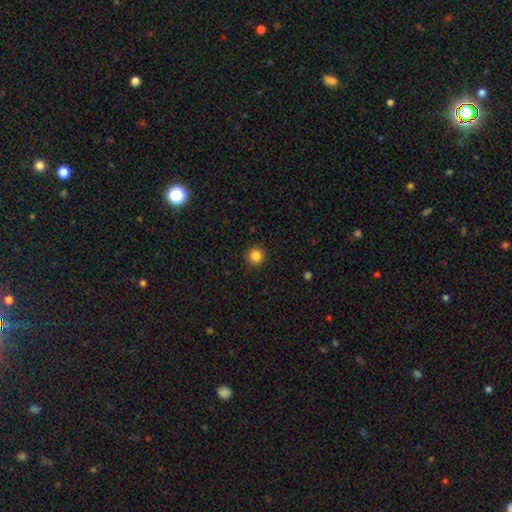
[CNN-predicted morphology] smooth_or_featured: smooth (p=0.85) [alt: star or artifact p=0.11]
how_rounded: round (p=0.94) [alt: in between p=0.05]
merging: none (p=0.91) [alt: minor disturbance p=0.06]